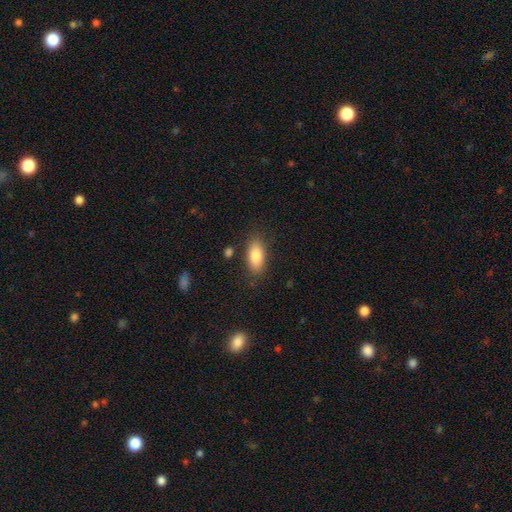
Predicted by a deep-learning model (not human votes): Smooth or featured?
  - smooth: 83% *
  - featured or disk: 10%
  - star or artifact: 7%
How rounded?
  - in between: 86% *
  - cigar-shaped: 10%
  - round: 3%
Merging?
  - none: 82% *
  - minor disturbance: 12%
  - major disturbance: 3%
  - merger: 3%